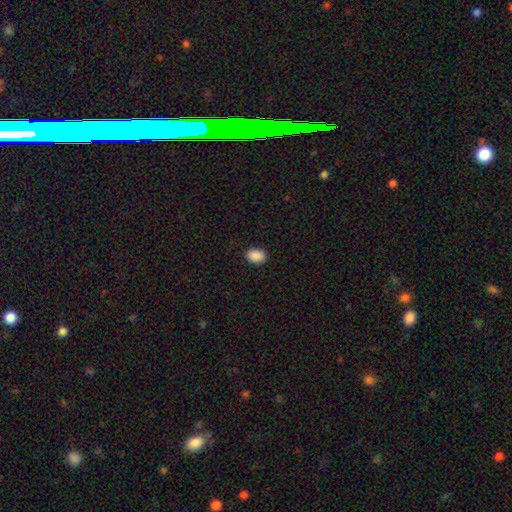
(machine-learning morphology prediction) This appears to be a smooth galaxy with no disk features (90%) that is in between round and cigar-shaped (77%). Merging: none (90%).